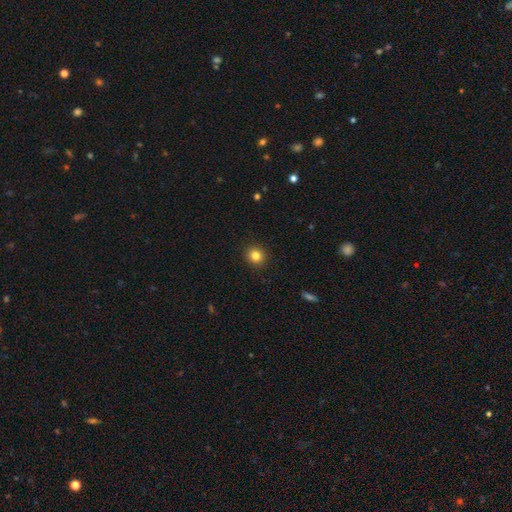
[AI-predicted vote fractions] Smooth or featured?
  - smooth: 83% *
  - star or artifact: 12%
  - featured or disk: 6%
How rounded?
  - round: 88% *
  - in between: 11%
  - cigar-shaped: 1%
Merging?
  - none: 92% *
  - minor disturbance: 5%
  - major disturbance: 2%
  - merger: 1%